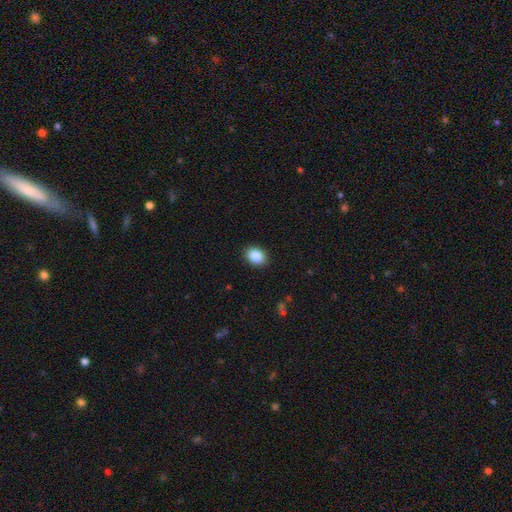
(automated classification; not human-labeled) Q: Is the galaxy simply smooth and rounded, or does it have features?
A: smooth — 86%.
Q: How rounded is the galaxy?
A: in between — 62%.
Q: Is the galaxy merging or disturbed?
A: none — 90%.